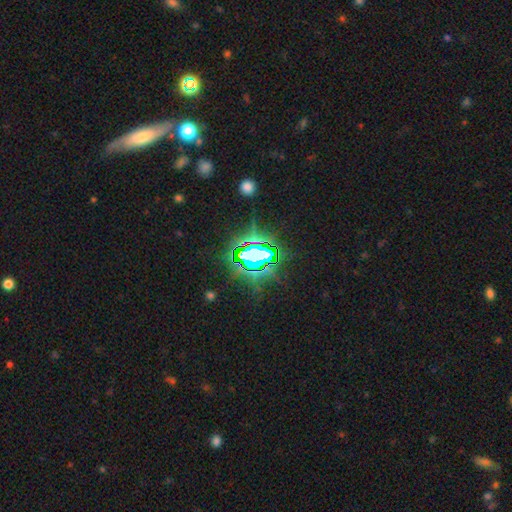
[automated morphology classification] Smooth or featured? star or artifact (81%)